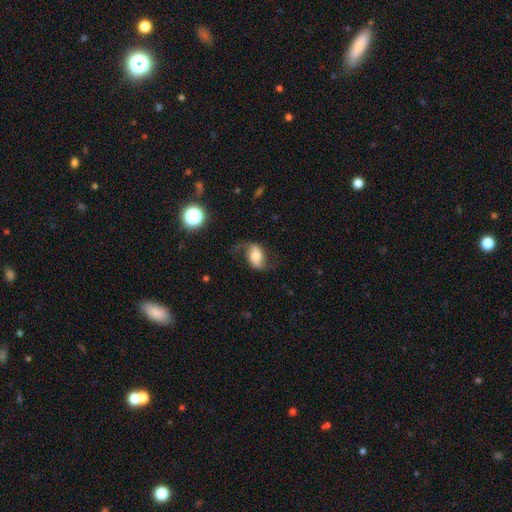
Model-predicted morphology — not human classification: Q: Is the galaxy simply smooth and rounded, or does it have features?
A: featured or disk — 54%.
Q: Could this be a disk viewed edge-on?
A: no — 95%.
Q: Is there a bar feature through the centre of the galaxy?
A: no — 47%.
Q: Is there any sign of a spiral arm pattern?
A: yes — 88%.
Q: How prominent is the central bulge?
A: moderate — 48%.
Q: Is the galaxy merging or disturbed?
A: none — 60%.